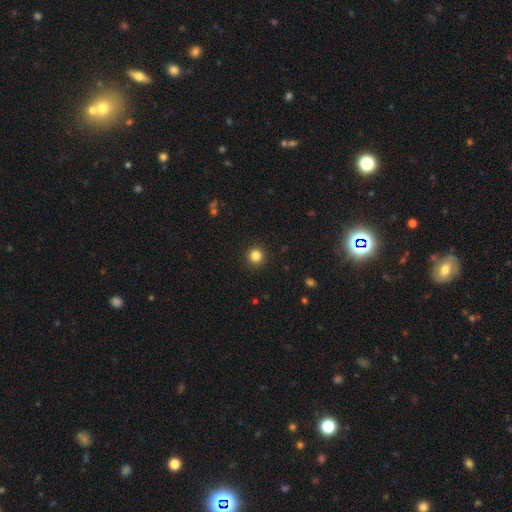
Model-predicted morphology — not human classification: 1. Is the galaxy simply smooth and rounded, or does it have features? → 84% smooth, 12% star or artifact, 4% featured or disk.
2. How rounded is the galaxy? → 95% round, 4% in between, 1% cigar-shaped.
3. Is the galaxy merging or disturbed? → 92% none, 5% minor disturbance, 2% major disturbance, 1% merger.